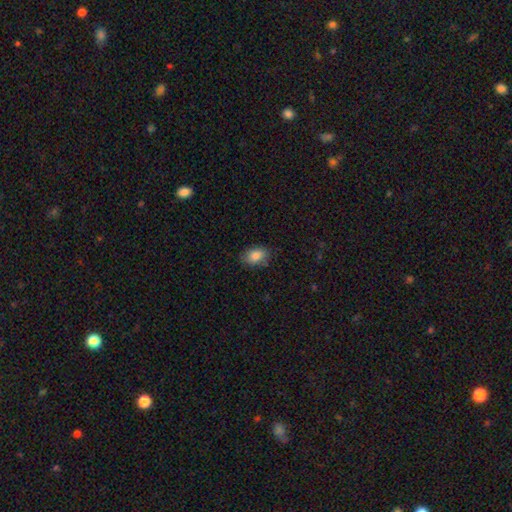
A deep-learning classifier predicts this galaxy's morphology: A smooth galaxy with no disk features (85%) that is in between round and cigar-shaped (86%).

Vote fractions:
- Smooth or featured? smooth: 85% / star or artifact: 8% / featured or disk: 7%
- How rounded? in between: 86% / round: 12% / cigar-shaped: 1%
- Merging? none: 82% / minor disturbance: 14% / major disturbance: 3% / merger: 1%